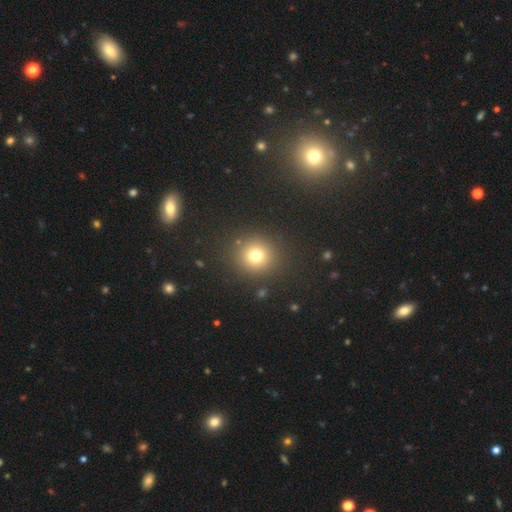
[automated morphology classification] Q: Smooth or featured?
A: smooth (75%); runner-up: star or artifact (17%)
Q: How rounded?
A: round (91%); runner-up: in between (8%)
Q: Merging?
A: none (88%); runner-up: minor disturbance (6%)